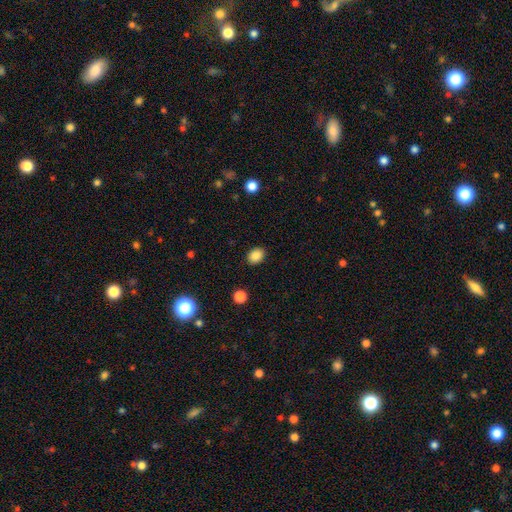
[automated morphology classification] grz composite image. It shows a smooth galaxy with no disk features (87%) that is in between round and cigar-shaped (58%). Merging: none (89%).